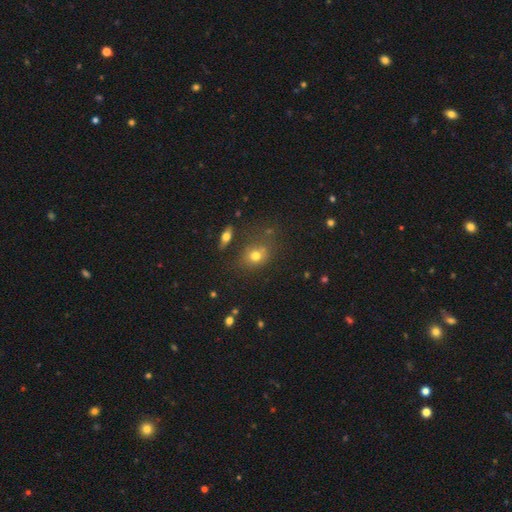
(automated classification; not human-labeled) smooth-or-featured: smooth: 71% | star or artifact: 15% | featured or disk: 13%
  how-rounded: round: 59% | in between: 39% | cigar-shaped: 2%
  merging: none: 64% | minor disturbance: 17% | merger: 12% | major disturbance: 7%